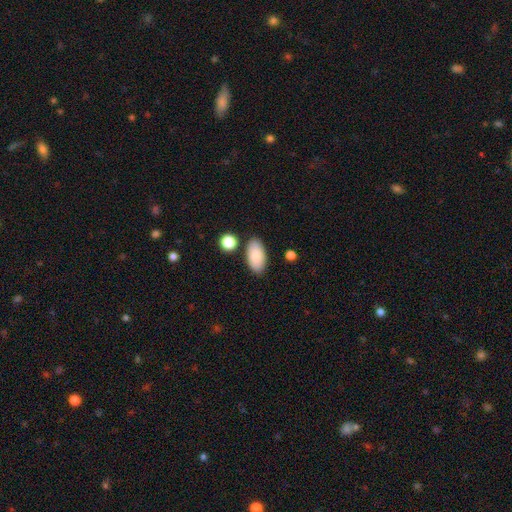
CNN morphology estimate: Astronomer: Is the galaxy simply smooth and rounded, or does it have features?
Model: smooth — 86%.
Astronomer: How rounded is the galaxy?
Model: in between — 94%.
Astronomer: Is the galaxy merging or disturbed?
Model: none — 81%.